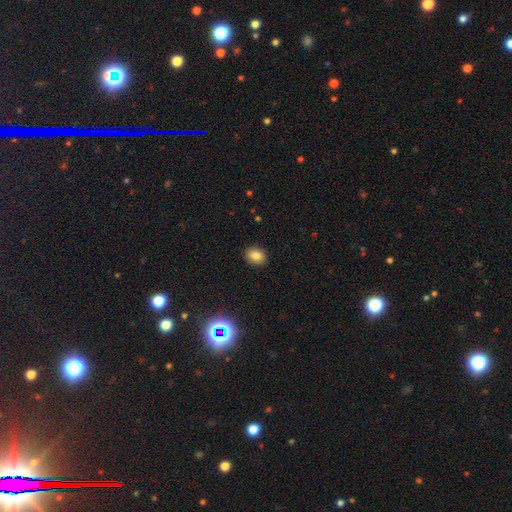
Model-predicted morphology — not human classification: A smooth galaxy with no disk features (80%) that is round (50%). Merging: none (90%).